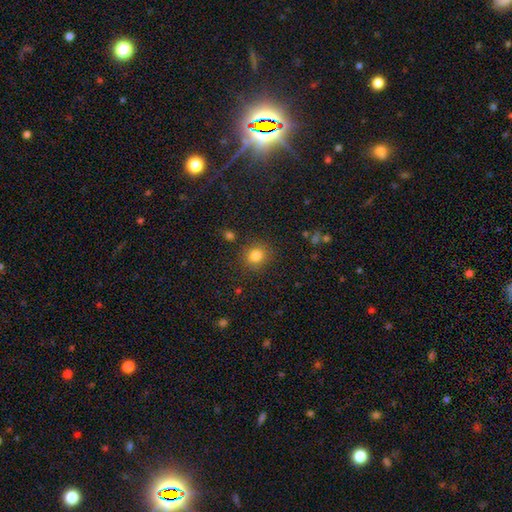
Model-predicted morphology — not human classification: smooth 82%, star or artifact 13%, featured or disk 6%. Down the decision tree: how rounded — round (79%); merging — none (86%).